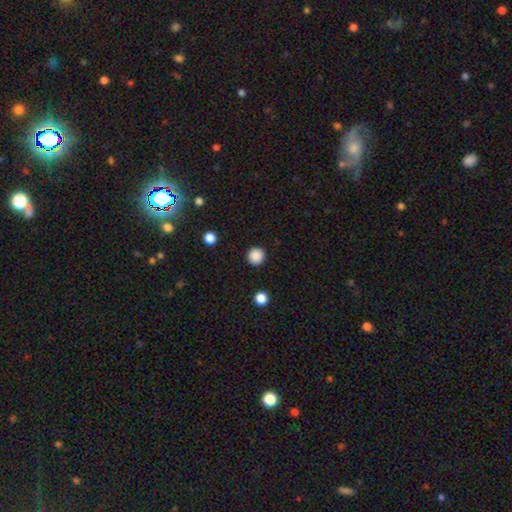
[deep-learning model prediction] The model was most divided on "smooth or featured": smooth: 88%, star or artifact: 10%, featured or disk: 2%. More confident: how rounded — round (95%); merging — none (93%).